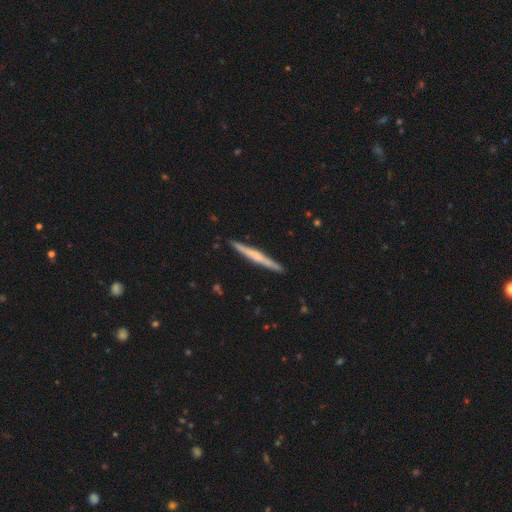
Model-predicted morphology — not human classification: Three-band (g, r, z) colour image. It shows a featured or disk galaxy (58%) viewed edge-on (98%) with no central bulge (46%). Merging: none (91%).